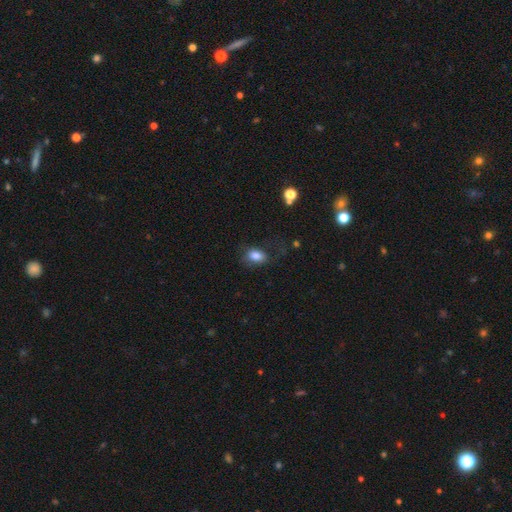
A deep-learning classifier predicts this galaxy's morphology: A smooth galaxy with no disk features (83%) that is in between round and cigar-shaped (80%).

Vote fractions:
- Smooth or featured? smooth: 83% / star or artifact: 9% / featured or disk: 8%
- How rounded? in between: 80% / round: 19% / cigar-shaped: 2%
- Merging? none: 64% / minor disturbance: 21% / major disturbance: 12% / merger: 2%